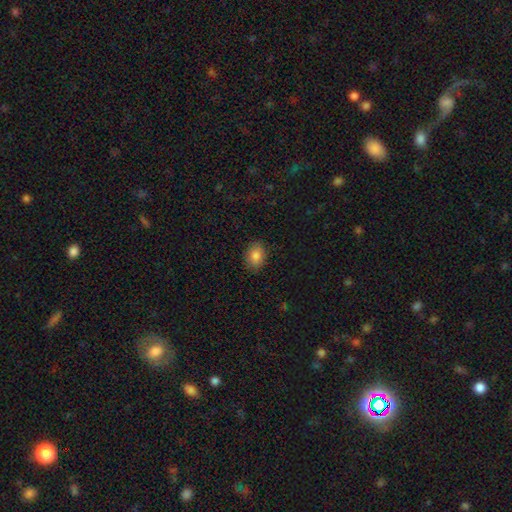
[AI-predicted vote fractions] smooth_or_featured: smooth (p=0.84) [alt: star or artifact p=0.10]
how_rounded: in between (p=0.70) [alt: round p=0.29]
merging: none (p=0.88) [alt: minor disturbance p=0.09]